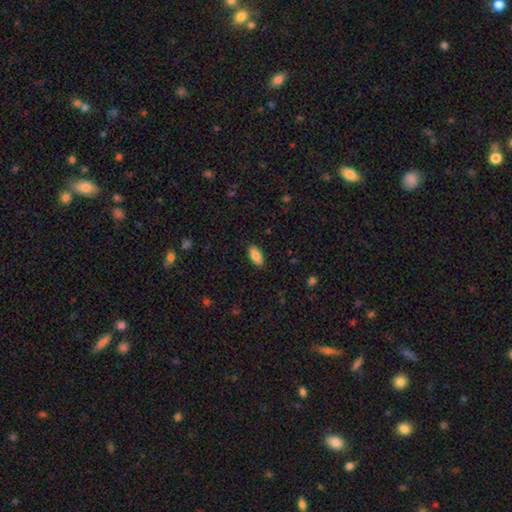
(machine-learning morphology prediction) The model was most divided on "how rounded": in between: 87%, cigar-shaped: 11%, round: 2%. More confident: merging — none (88%); smooth or featured — smooth (86%).